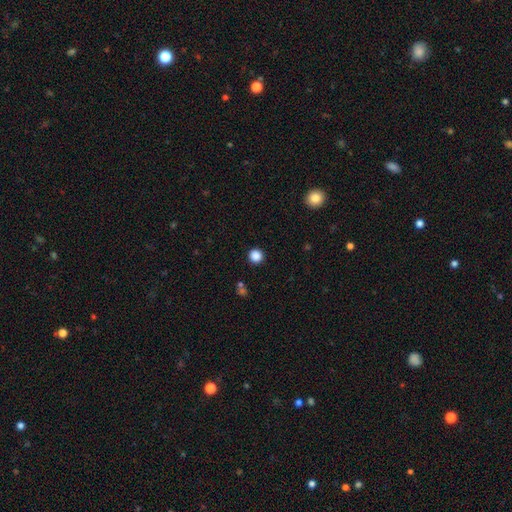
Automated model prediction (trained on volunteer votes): A smooth galaxy with no disk features (86%) that is round (94%).

Vote fractions:
- Smooth or featured? smooth: 86% / star or artifact: 11% / featured or disk: 3%
- How rounded? round: 94% / in between: 5% / cigar-shaped: 1%
- Merging? none: 91% / minor disturbance: 5% / merger: 2% / major disturbance: 2%